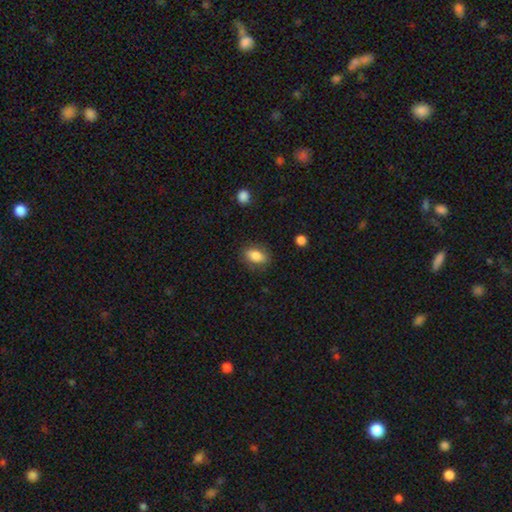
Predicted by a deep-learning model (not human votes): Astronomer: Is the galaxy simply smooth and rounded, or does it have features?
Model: smooth — 84%.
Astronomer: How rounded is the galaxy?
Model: in between — 86%.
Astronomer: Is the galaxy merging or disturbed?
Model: none — 82%.